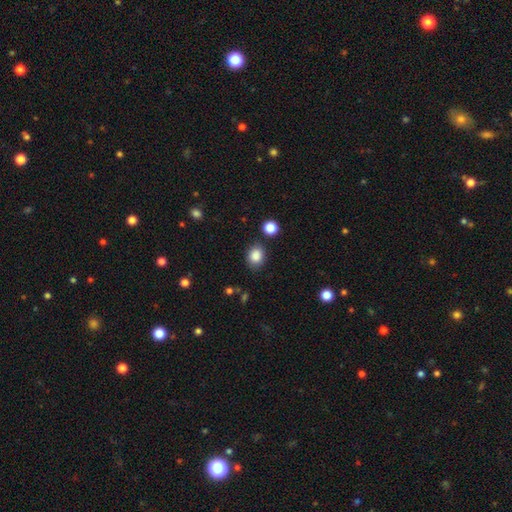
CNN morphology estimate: Smooth or featured? Predicted: smooth (p=0.86). How rounded? Predicted: in between (p=0.50). Merging? Predicted: none (p=0.81).